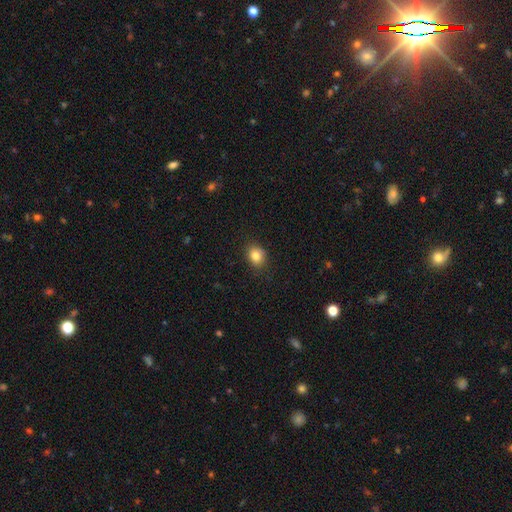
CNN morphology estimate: Smooth or featured: smooth — 83% (star or artifact — 10%)
How rounded: round — 57% (in between — 42%)
Merging: none — 86% (minor disturbance — 11%)